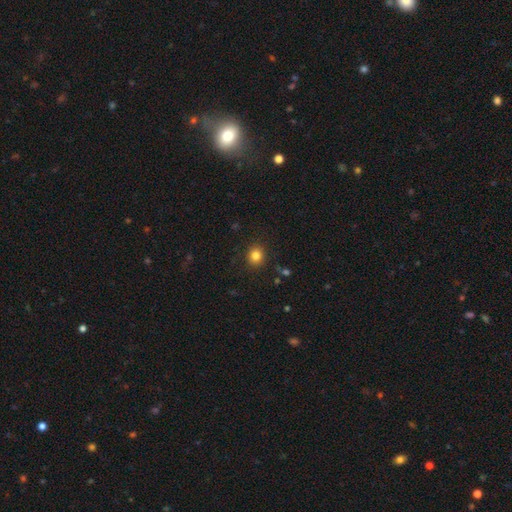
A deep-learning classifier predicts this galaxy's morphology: A smooth galaxy with no disk features (82%) that is round (79%).

Vote fractions:
- Smooth or featured? smooth: 82% / star or artifact: 12% / featured or disk: 6%
- How rounded? round: 79% / in between: 20% / cigar-shaped: 1%
- Merging? none: 89% / minor disturbance: 7% / major disturbance: 2% / merger: 1%